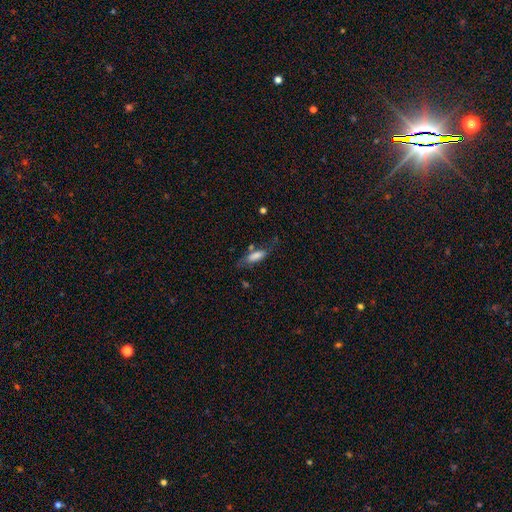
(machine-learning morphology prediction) Overall: smooth (74%). How rounded: in between (61%; cigar-shaped 36%). Merging: none (56%; minor disturbance 25%).